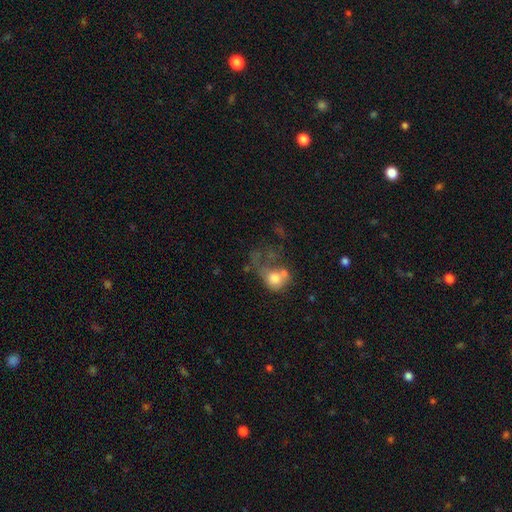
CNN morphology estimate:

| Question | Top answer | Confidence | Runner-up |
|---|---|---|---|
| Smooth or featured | smooth | 41% | featured or disk (34%) |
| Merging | major disturbance | 46% | none (23%) |